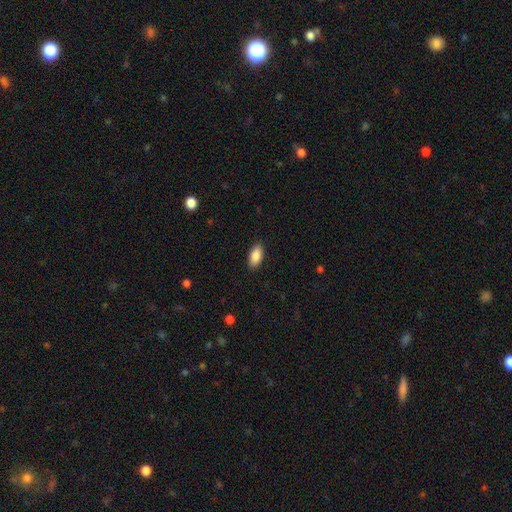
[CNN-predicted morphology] A smooth galaxy with no disk features (89%) that is in between round and cigar-shaped (91%).

Vote fractions:
- Smooth or featured? smooth: 89% / star or artifact: 7% / featured or disk: 5%
- How rounded? in between: 91% / cigar-shaped: 6% / round: 3%
- Merging? none: 89% / minor disturbance: 8% / major disturbance: 2% / merger: 1%